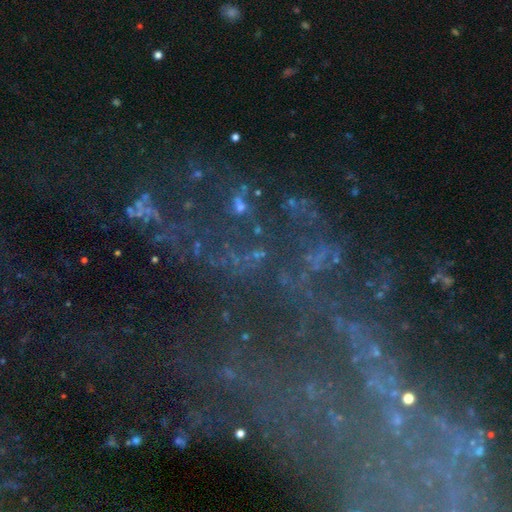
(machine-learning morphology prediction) Overall: star or artifact (60%; featured or disk 22%).